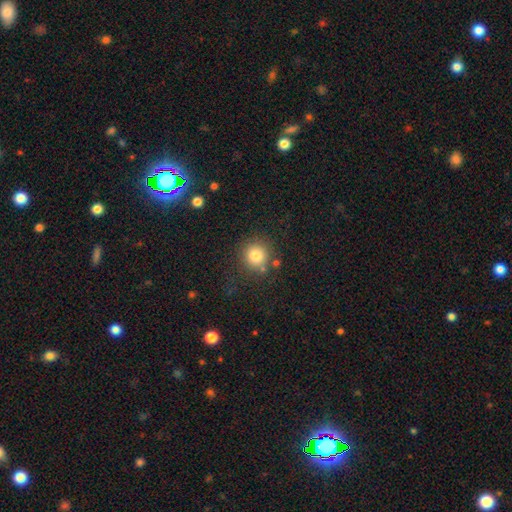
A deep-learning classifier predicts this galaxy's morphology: Smooth or featured: smooth — 81% (star or artifact — 11%)
How rounded: round — 92% (in between — 7%)
Merging: none — 80% (minor disturbance — 10%)